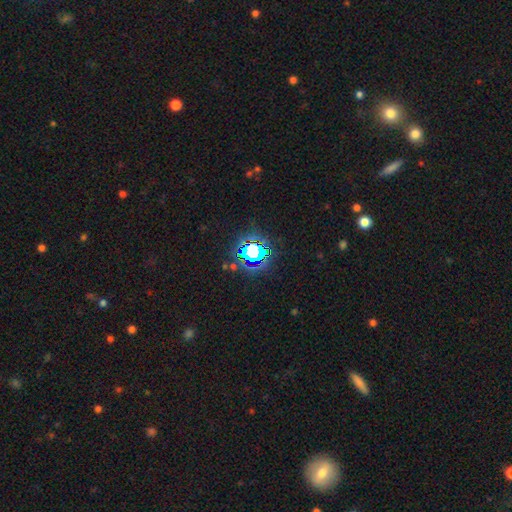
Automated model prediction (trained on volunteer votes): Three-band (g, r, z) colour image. It shows a star or artifact, not a galaxy (79%).